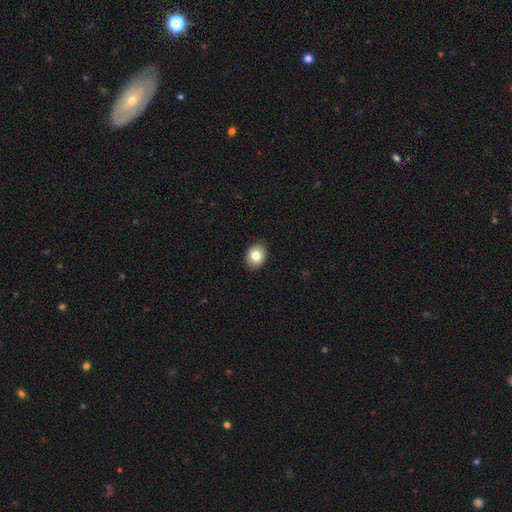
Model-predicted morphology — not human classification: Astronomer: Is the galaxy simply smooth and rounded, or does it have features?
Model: smooth — 80%.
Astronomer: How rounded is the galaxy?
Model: in between — 59% (runner-up: round, 40%).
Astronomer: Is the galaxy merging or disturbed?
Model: none — 90%.